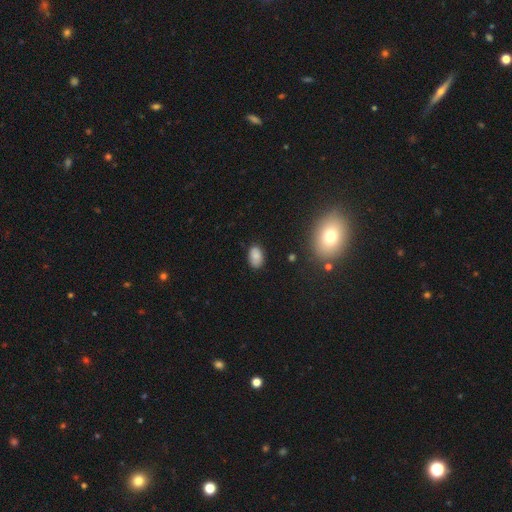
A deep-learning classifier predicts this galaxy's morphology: A smooth galaxy with no disk features (82%) that is in between round and cigar-shaped (90%). Merging: none (82%).